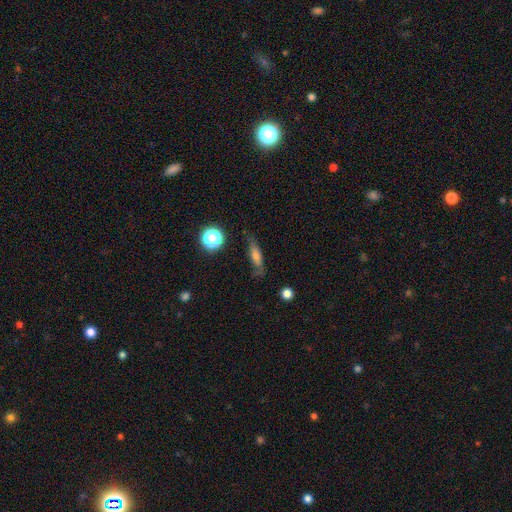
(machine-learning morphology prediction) smooth_or_featured: smooth (p=0.61) [alt: featured or disk p=0.27]
how_rounded: cigar-shaped (p=0.58) [alt: in between p=0.35]
merging: none (p=0.70) [alt: minor disturbance p=0.21]